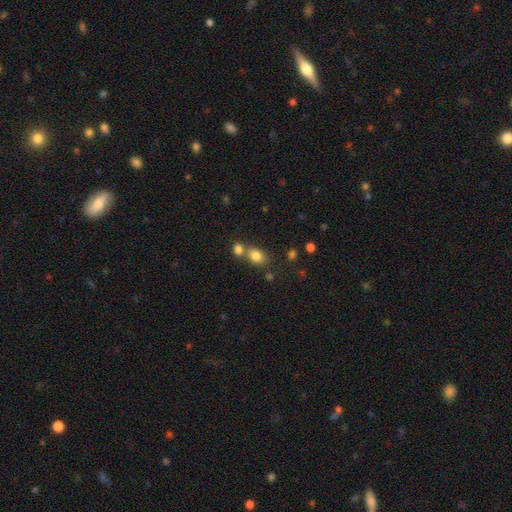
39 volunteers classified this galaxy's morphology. Smooth or featured?
  - smooth: 79% *
  - featured or disk: 10%
  - star or artifact: 10%
How rounded?
  - in between: 61% *
  - round: 39%
  - cigar-shaped: 0%
Merging?
  - none: 43% * (tied)
  - merger: 43% * (tied)
  - minor disturbance: 11%
  - major disturbance: 3%